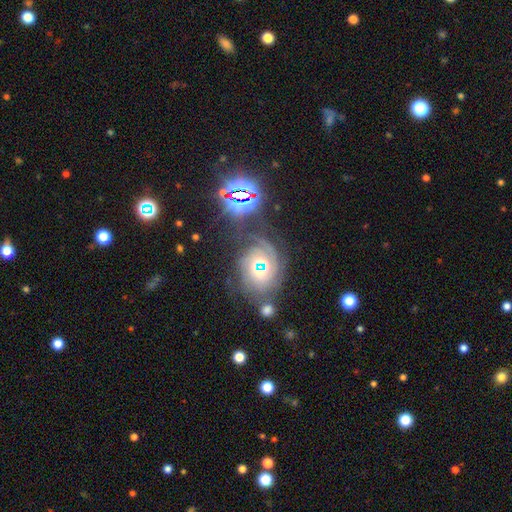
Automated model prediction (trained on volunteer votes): The model was most divided on "smooth or featured": star or artifact: 49%, smooth: 39%, featured or disk: 12%.